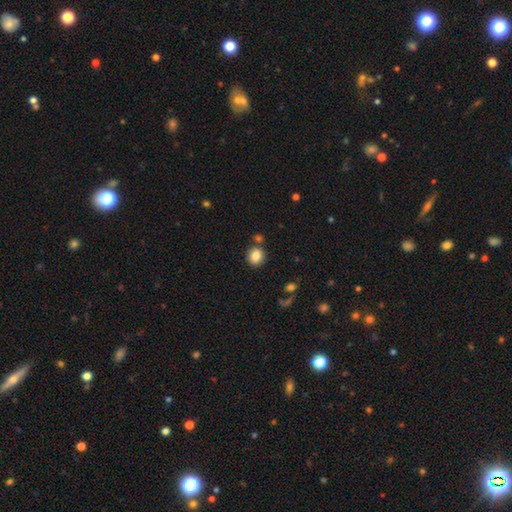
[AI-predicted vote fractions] This is clearly a smooth galaxy (84%). How rounded: clearly round (81%). Merging: likely none (79%).